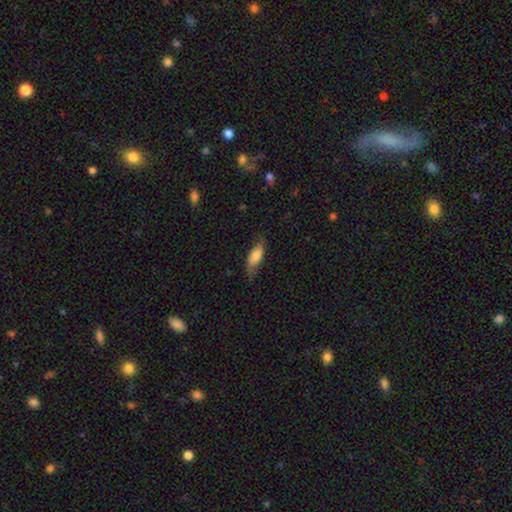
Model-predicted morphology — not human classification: A smooth galaxy with no disk features (70%) that is in between round and cigar-shaped (69%). Merging: none (65%).